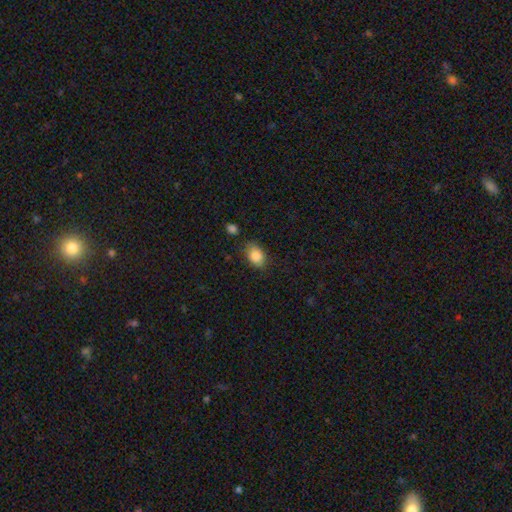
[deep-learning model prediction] Smooth or featured? Predicted: smooth (p=0.87). How rounded? Predicted: in between (p=0.80). Merging? Predicted: none (p=0.76).